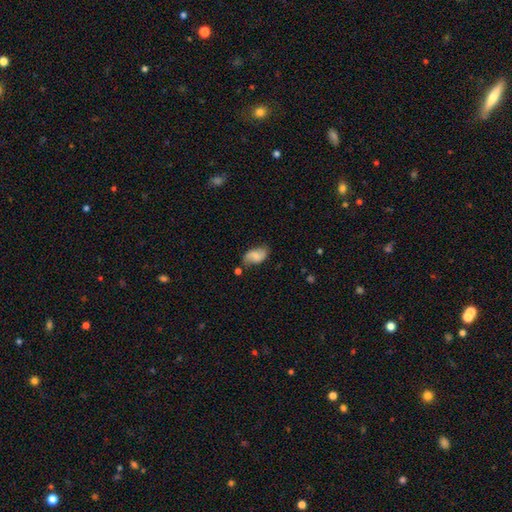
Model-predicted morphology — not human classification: smooth 53%, featured or disk 38%, star or artifact 9%. Down the decision tree: how rounded — in between (92%); merging — none (63%).